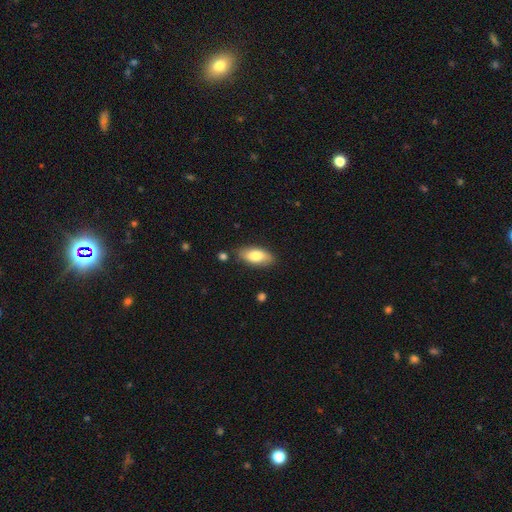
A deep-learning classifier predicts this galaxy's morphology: Overall: smooth (77%). How rounded: in between (88%). Merging: none (81%).